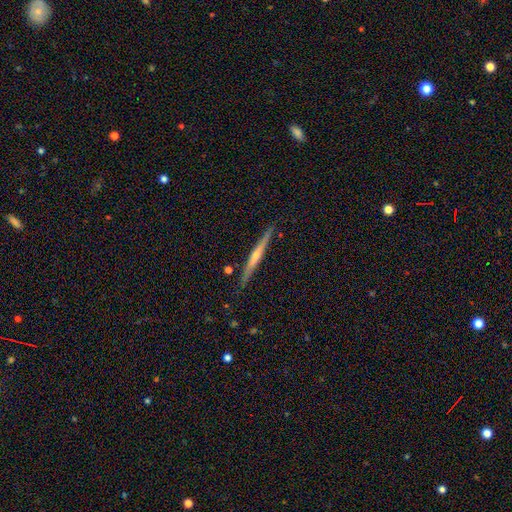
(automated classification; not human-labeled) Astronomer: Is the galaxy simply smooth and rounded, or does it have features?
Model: featured or disk — 67%.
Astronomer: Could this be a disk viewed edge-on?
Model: yes — 97%.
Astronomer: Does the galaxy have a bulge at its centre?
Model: rounded — 62%.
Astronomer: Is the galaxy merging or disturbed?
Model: none — 87%.